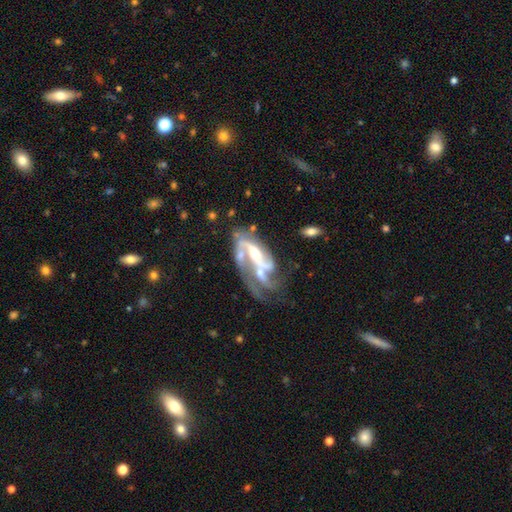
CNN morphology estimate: Smooth or featured: featured or disk — 85% (smooth — 8%)
Edge-on disk: no — 93% (yes — 7%)
Bar: no — 38% (weak — 33%)
Spiral arms: yes — 91% (no — 9%)
Spiral winding: medium — 42% (loose — 39%)
Spiral arm count: 2 — 52% (3 — 17%)
Bulge size: moderate — 52% (small — 30%)
Merging: major disturbance — 30% (merger — 29%)